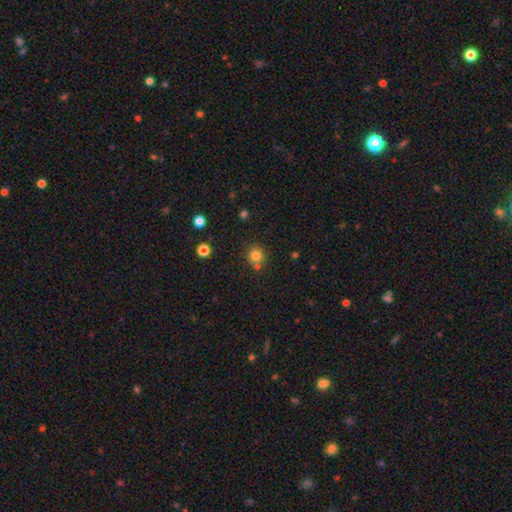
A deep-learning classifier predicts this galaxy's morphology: Smooth or featured?
  - smooth: 79% *
  - star or artifact: 14%
  - featured or disk: 7%
How rounded?
  - round: 92% *
  - in between: 8%
  - cigar-shaped: 1%
Merging?
  - none: 72% *
  - merger: 17%
  - minor disturbance: 8%
  - major disturbance: 3%